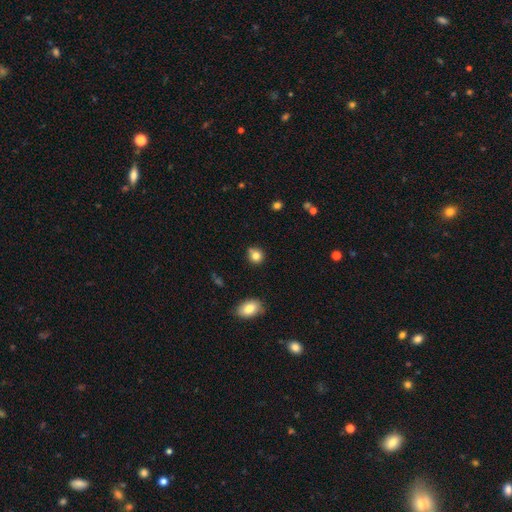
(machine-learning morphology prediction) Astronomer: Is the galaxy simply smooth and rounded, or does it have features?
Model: smooth — 82%.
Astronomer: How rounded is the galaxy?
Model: round — 82%.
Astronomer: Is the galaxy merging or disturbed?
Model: none — 73%.